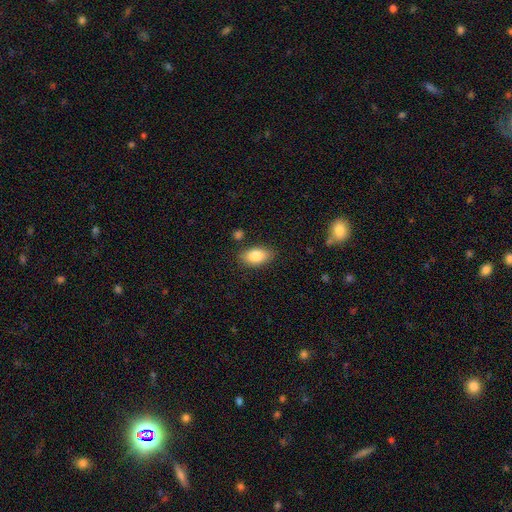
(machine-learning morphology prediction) Q: Smooth or featured?
A: smooth (84%); runner-up: featured or disk (9%)
Q: How rounded?
A: in between (92%); runner-up: round (5%)
Q: Merging?
A: none (82%); runner-up: minor disturbance (12%)